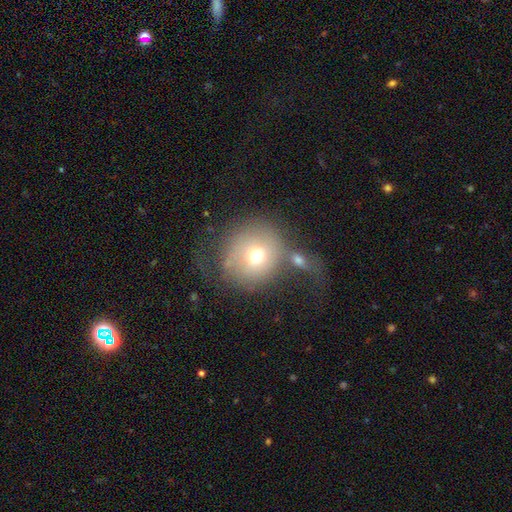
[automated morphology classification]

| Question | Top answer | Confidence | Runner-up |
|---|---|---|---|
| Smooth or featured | smooth | 66% | featured or disk (21%) |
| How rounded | round | 89% | in between (10%) |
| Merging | none | 52% | merger (20%) |